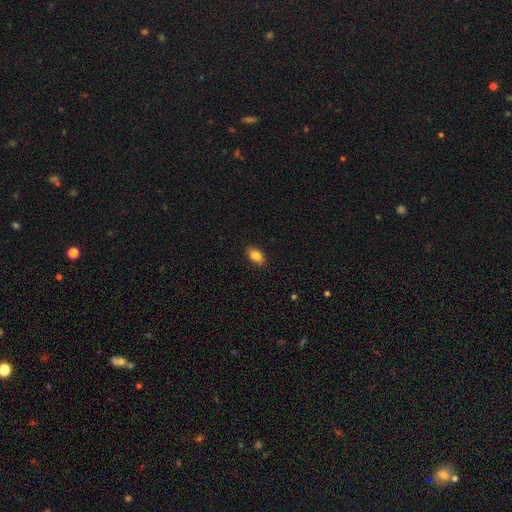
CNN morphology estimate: type=smooth (85%); roundness=in between (89%); merging=none (89%).